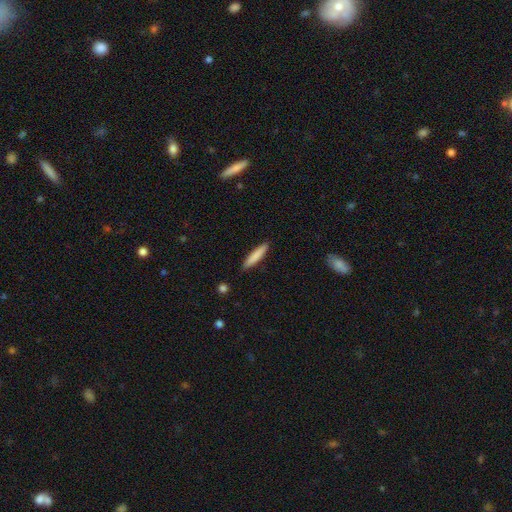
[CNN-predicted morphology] smooth-or-featured: smooth: 81% | featured or disk: 14% | star or artifact: 6%
  how-rounded: cigar-shaped: 90% | in between: 9% | round: 1%
  merging: none: 89% | minor disturbance: 8% | major disturbance: 2% | merger: 1%